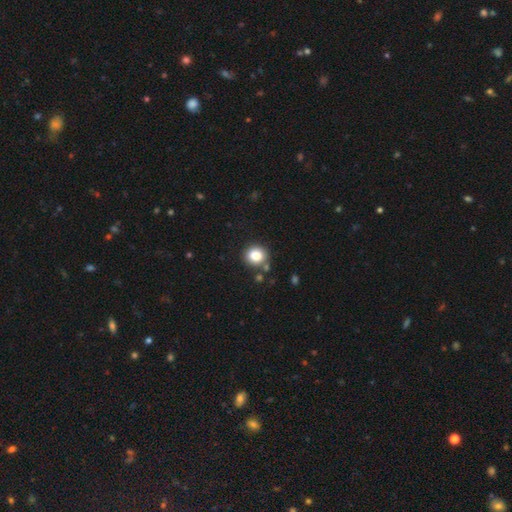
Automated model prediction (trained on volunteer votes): A smooth galaxy with no disk features (83%) that is round (85%). Merging: none (81%).